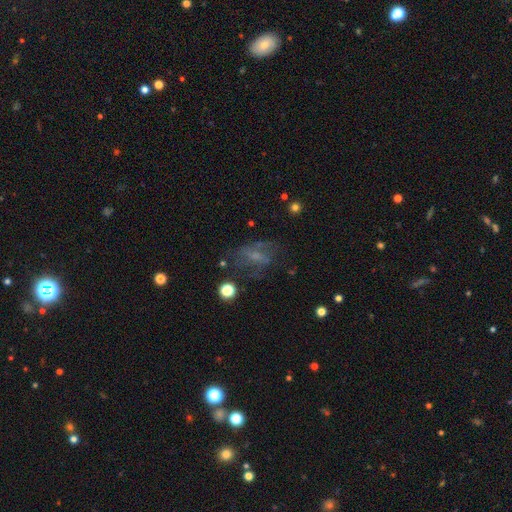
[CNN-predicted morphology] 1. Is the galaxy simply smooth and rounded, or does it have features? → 48% featured or disk, 34% smooth, 18% star or artifact.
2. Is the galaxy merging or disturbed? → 50% none, 26% major disturbance, 21% minor disturbance, 4% merger.